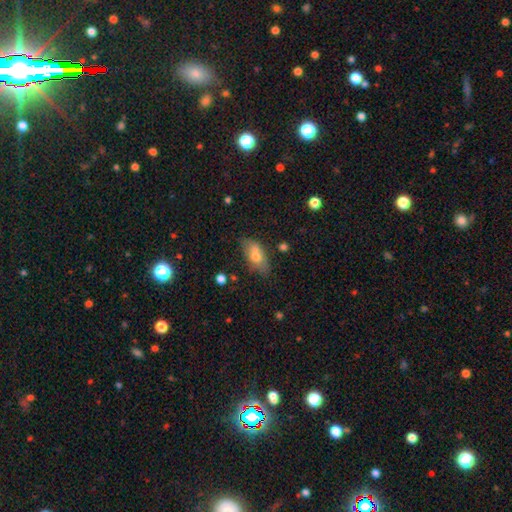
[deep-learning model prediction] A smooth galaxy with no disk features (65%) that is in between round and cigar-shaped (83%).

Vote fractions:
- Smooth or featured? smooth: 65% / featured or disk: 27% / star or artifact: 8%
- How rounded? in between: 83% / cigar-shaped: 11% / round: 6%
- Merging? none: 60% / minor disturbance: 20% / merger: 15% / major disturbance: 6%